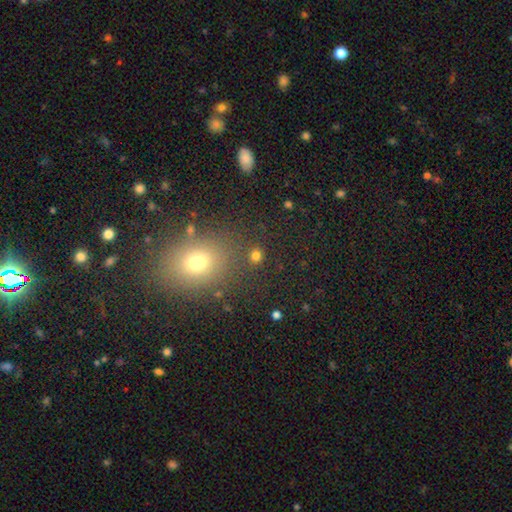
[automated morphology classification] type=smooth (77%); roundness=round (84%); merging=none (84%).